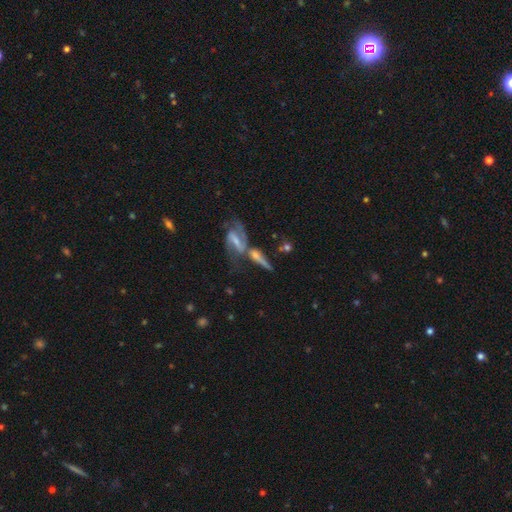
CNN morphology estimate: smooth_or_featured: featured or disk (p=0.73) [alt: smooth p=0.16]
disk_edge_on: no (p=0.68) [alt: yes p=0.32]
merging: merger (p=0.45) [alt: none p=0.34]